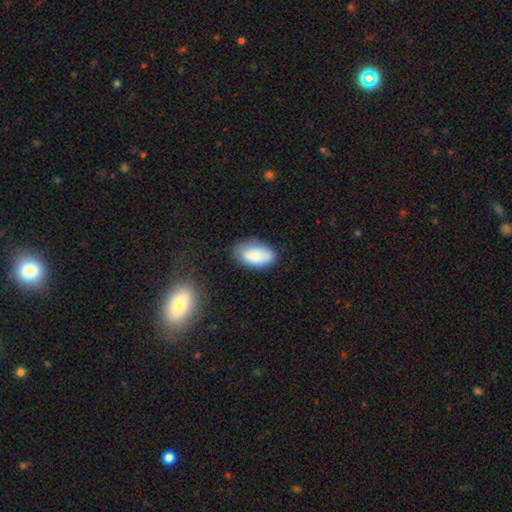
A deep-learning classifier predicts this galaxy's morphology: This is clearly a smooth galaxy (81%). How rounded: clearly in between (94%). Merging: likely none (73%).